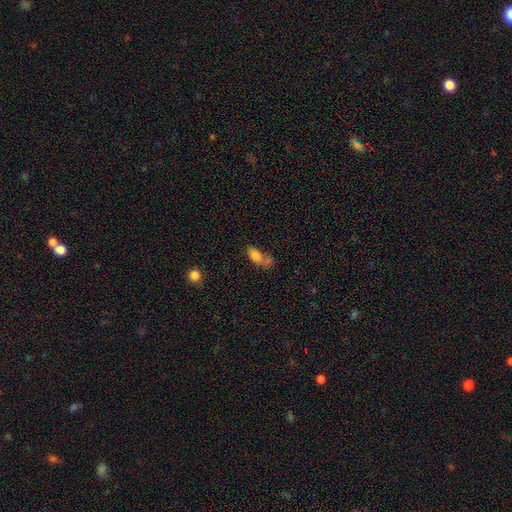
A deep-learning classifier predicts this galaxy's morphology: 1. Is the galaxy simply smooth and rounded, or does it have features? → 76% smooth, 13% featured or disk, 10% star or artifact.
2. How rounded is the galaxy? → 86% in between, 8% round, 6% cigar-shaped.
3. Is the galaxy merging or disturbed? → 42% merger, 29% none, 16% minor disturbance, 13% major disturbance.